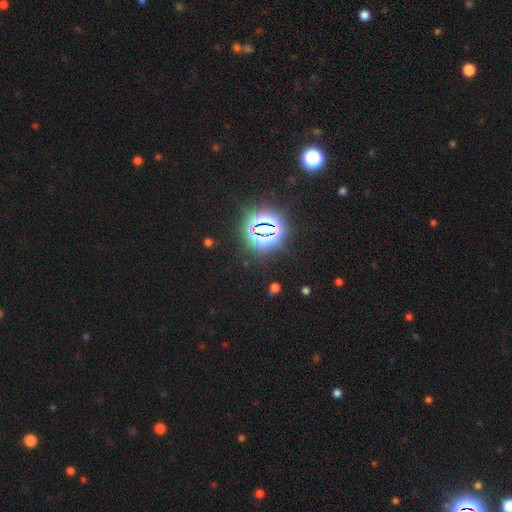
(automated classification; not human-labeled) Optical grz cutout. It shows a star or artifact, not a galaxy (84%).